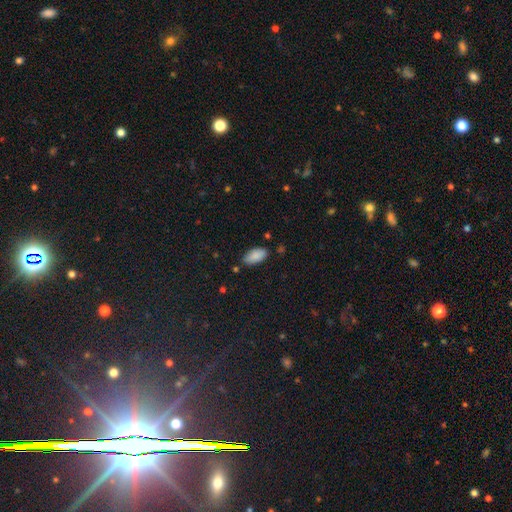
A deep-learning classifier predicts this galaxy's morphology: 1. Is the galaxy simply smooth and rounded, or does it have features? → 88% smooth, 7% star or artifact, 5% featured or disk.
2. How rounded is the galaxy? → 92% in between, 6% cigar-shaped, 2% round.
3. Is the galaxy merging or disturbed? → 82% none, 13% minor disturbance, 3% major disturbance, 2% merger.